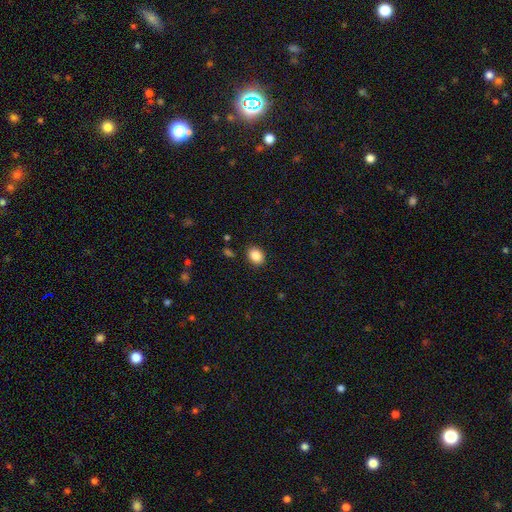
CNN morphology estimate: This is clearly a smooth galaxy (87%). How rounded: likely in between (61%). Merging: clearly none (88%).